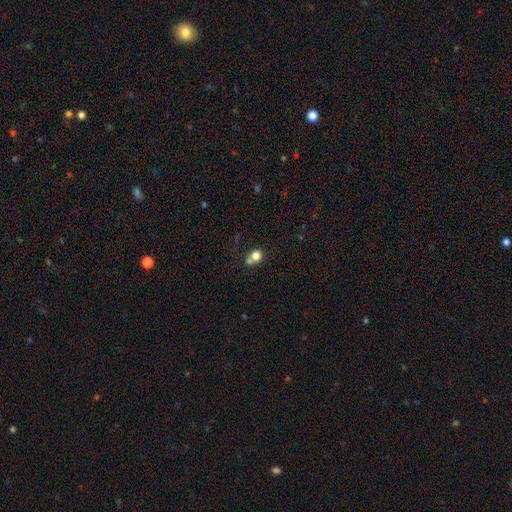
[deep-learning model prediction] Smooth or featured? smooth (77%)
How rounded? round (73%)
Merging? none (43%)